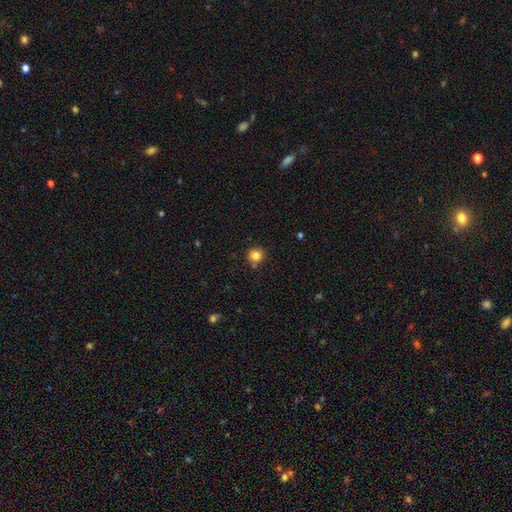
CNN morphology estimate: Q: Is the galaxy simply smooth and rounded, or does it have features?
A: smooth — 83%.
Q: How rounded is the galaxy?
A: round — 91%.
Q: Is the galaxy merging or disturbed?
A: none — 79%.